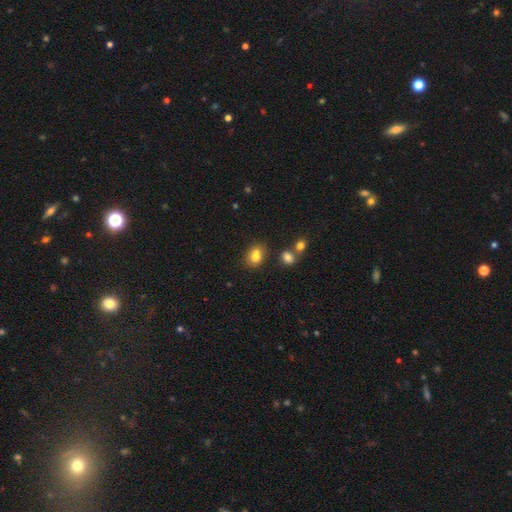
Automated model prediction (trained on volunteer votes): The model was most divided on "how rounded": in between: 62%, round: 36%, cigar-shaped: 1%. More confident: smooth or featured — smooth (79%); merging — none (55%).